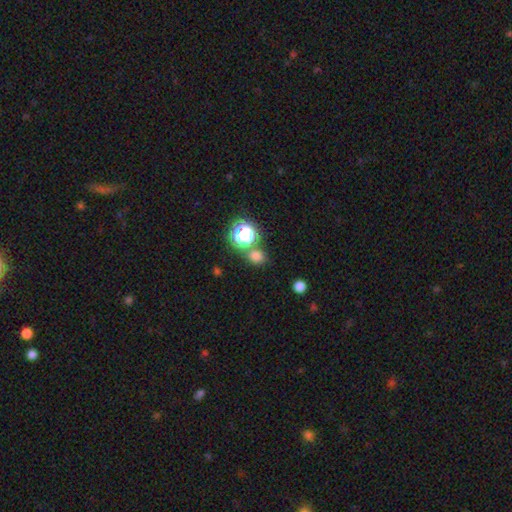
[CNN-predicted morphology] smooth-or-featured: smooth: 69% | star or artifact: 25% | featured or disk: 6%
  how-rounded: round: 67% | in between: 32% | cigar-shaped: 1%
  merging: none: 72% | merger: 15% | minor disturbance: 10% | major disturbance: 4%